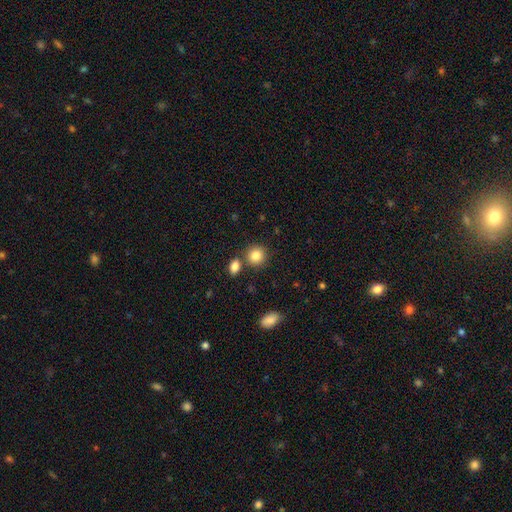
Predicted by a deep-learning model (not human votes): smooth-or-featured: smooth: 85% | star or artifact: 9% | featured or disk: 6%
  how-rounded: round: 84% | in between: 15% | cigar-shaped: 1%
  merging: none: 74% | merger: 14% | minor disturbance: 9% | major disturbance: 3%